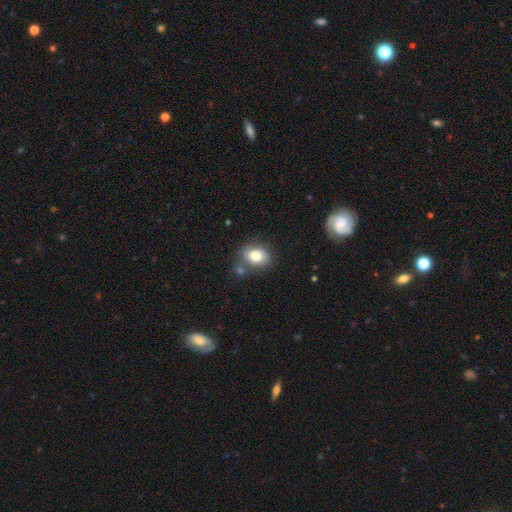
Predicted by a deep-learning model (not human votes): Morphology: type=smooth (79%); roundness=in between (57%); merging=none (66%).